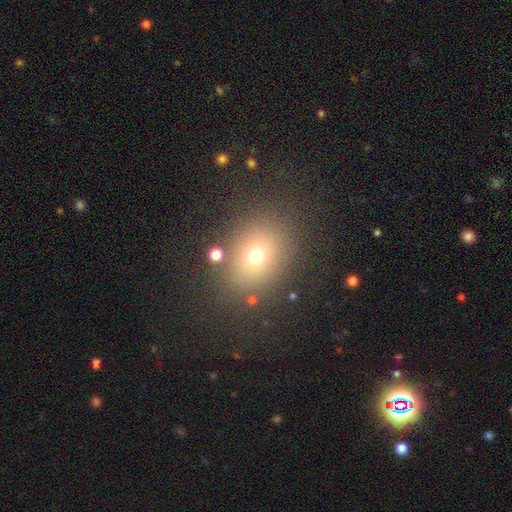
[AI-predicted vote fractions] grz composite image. It shows a smooth galaxy with no disk features (69%) that is round (52%). Merging: none (82%).